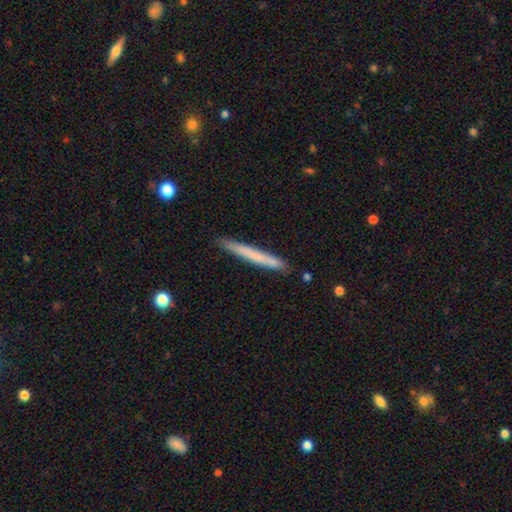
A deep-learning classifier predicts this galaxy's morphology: Smooth or featured: smooth — 65% (featured or disk — 29%)
How rounded: cigar-shaped — 97% (in between — 2%)
Merging: none — 89% (minor disturbance — 8%)